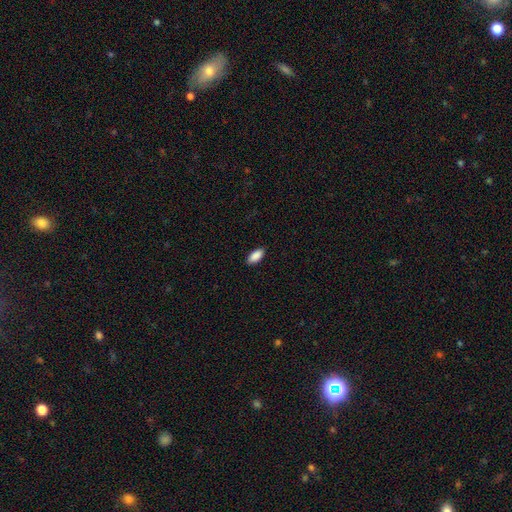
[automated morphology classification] smooth-or-featured: smooth: 90% | star or artifact: 6% | featured or disk: 4%
  how-rounded: in between: 90% | cigar-shaped: 8% | round: 2%
  merging: none: 89% | minor disturbance: 8% | major disturbance: 2% | merger: 1%